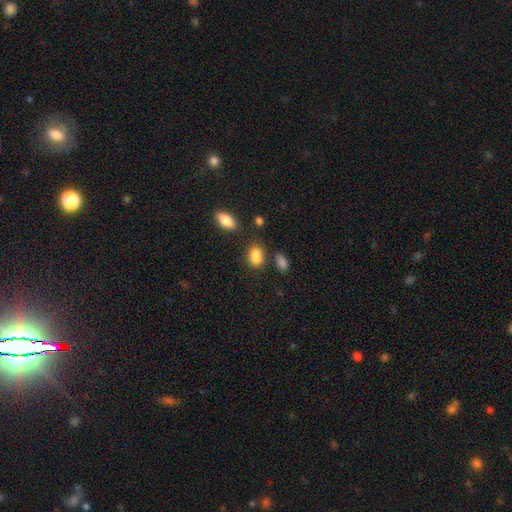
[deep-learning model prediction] Smooth or featured? smooth (87%)
How rounded? in between (83%)
Merging? none (67%)